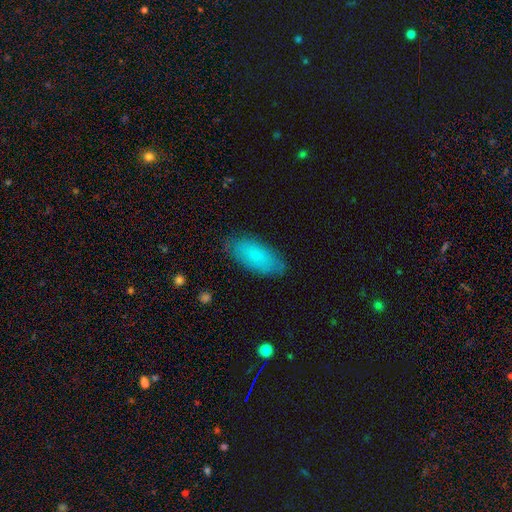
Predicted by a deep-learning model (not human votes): Overall: smooth (81%). How rounded: in between (88%). Merging: none (83%).